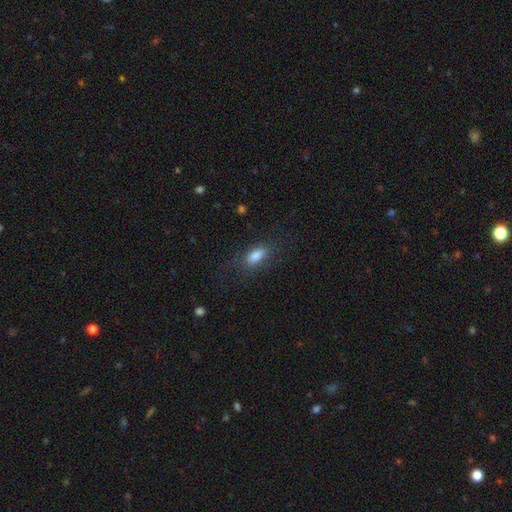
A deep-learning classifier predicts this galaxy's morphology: Smooth or featured?
  - smooth: 81% *
  - featured or disk: 10%
  - star or artifact: 9%
How rounded?
  - in between: 84% *
  - cigar-shaped: 11%
  - round: 5%
Merging?
  - none: 72% *
  - minor disturbance: 16%
  - major disturbance: 10%
  - merger: 1%